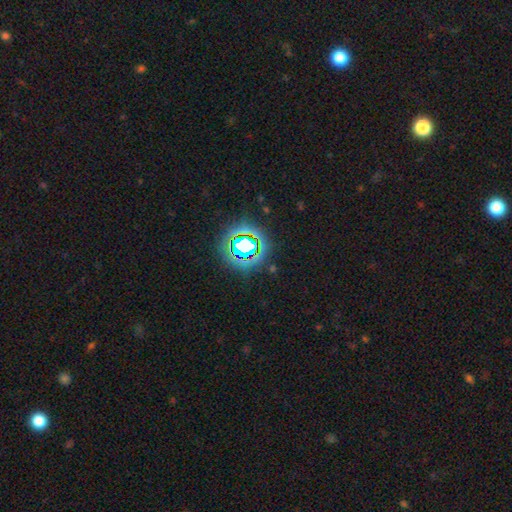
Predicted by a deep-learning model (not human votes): smooth_or_featured: star or artifact (p=0.79) [alt: smooth p=0.14]